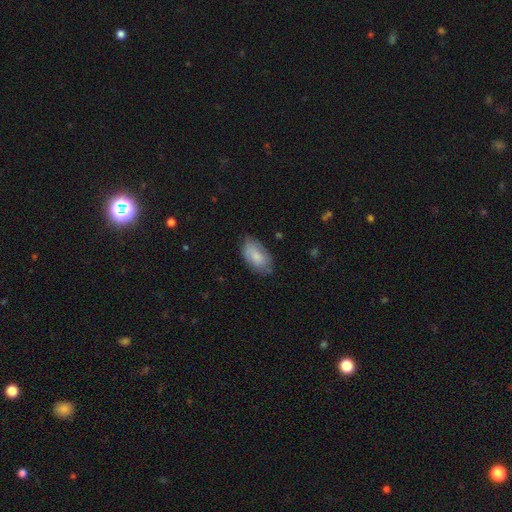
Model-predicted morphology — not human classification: type=smooth (77%); roundness=in between (94%); merging=none (68%).